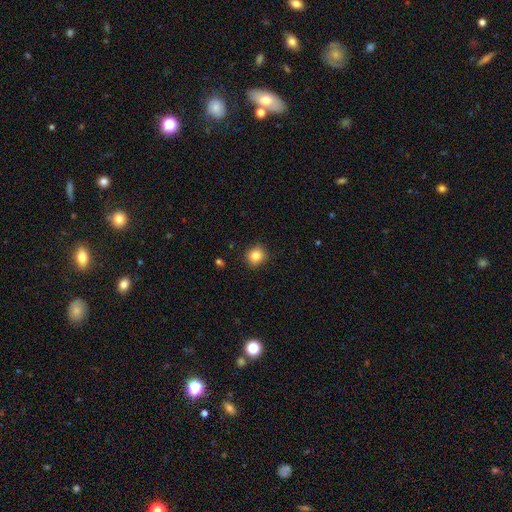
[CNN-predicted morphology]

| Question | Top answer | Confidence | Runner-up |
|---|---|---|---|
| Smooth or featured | smooth | 84% | star or artifact (10%) |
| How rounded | round | 86% | in between (13%) |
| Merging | none | 89% | minor disturbance (8%) |